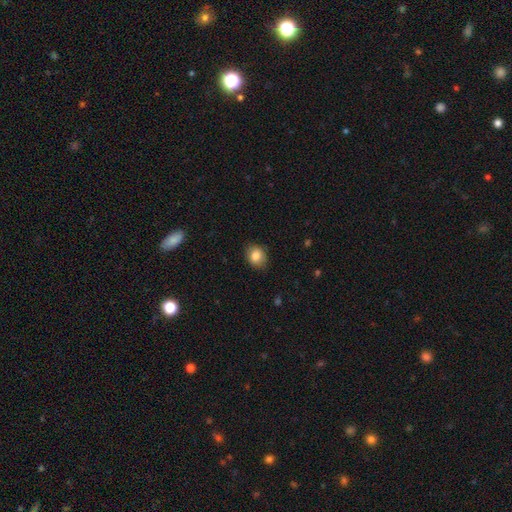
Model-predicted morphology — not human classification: smooth_or_featured: smooth (p=0.85) [alt: star or artifact p=0.08]
how_rounded: in between (p=0.50) [alt: round p=0.49]
merging: none (p=0.80) [alt: minor disturbance p=0.16]